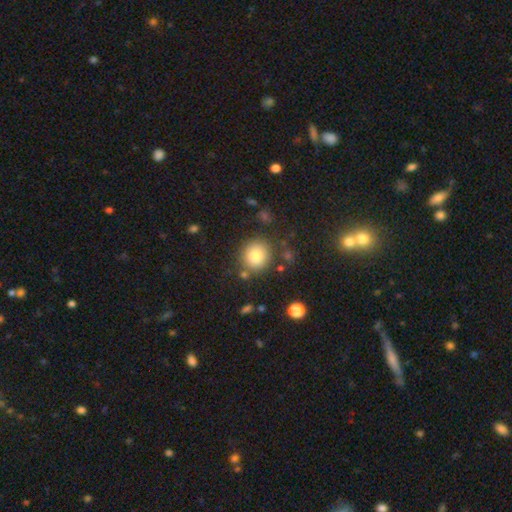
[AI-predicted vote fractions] This is clearly a smooth galaxy (82%). How rounded: clearly round (85%). Merging: clearly none (82%).